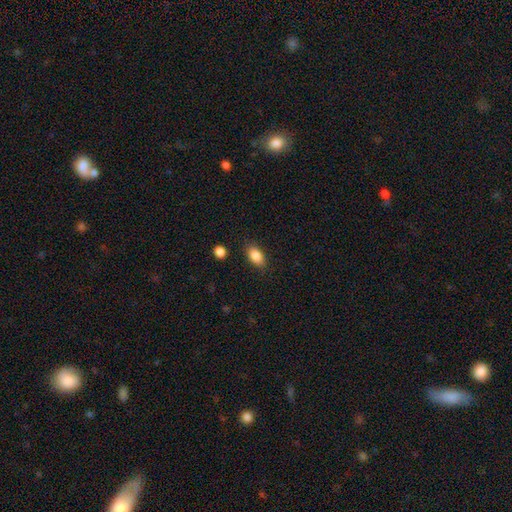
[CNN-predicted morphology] Smooth or featured?
  - smooth: 87% *
  - star or artifact: 8%
  - featured or disk: 6%
How rounded?
  - in between: 88% *
  - round: 10%
  - cigar-shaped: 3%
Merging?
  - none: 84% *
  - minor disturbance: 11%
  - major disturbance: 3%
  - merger: 2%